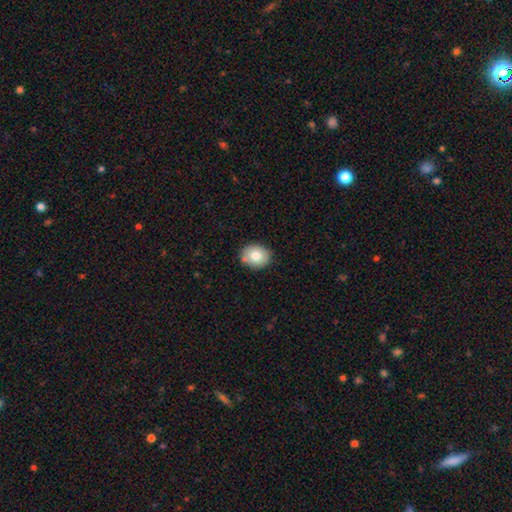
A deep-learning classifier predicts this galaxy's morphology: Smooth or featured: smooth — 79% (featured or disk — 12%)
How rounded: round — 60% (in between — 39%)
Merging: none — 82% (minor disturbance — 11%)